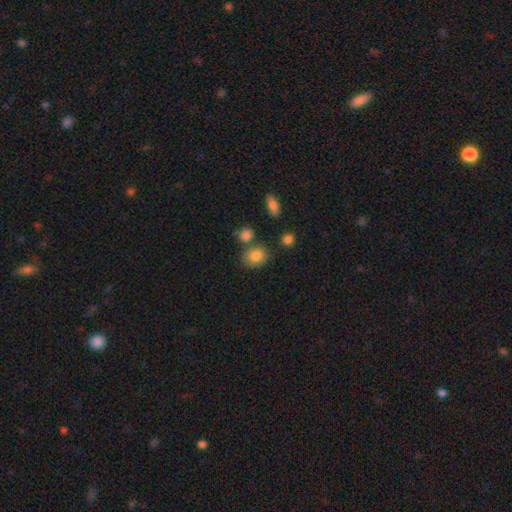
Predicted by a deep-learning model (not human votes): smooth 82%, star or artifact 9%, featured or disk 9%. Down the decision tree: how rounded — in between (50%); merging — none (67%).